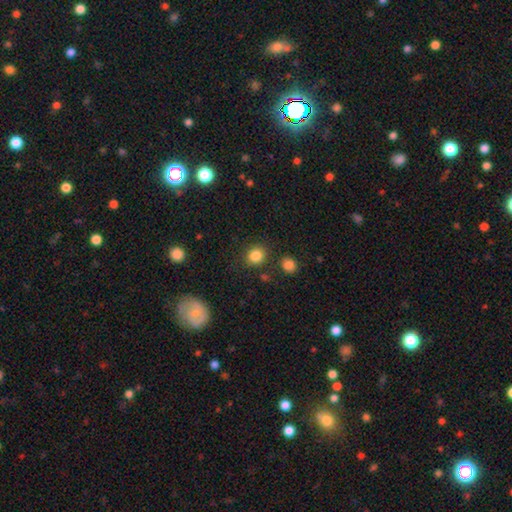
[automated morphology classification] Smooth or featured?
  - smooth: 85% *
  - star or artifact: 10%
  - featured or disk: 5%
How rounded?
  - round: 76% *
  - in between: 23%
  - cigar-shaped: 1%
Merging?
  - none: 83% *
  - minor disturbance: 9%
  - merger: 4%
  - major disturbance: 3%